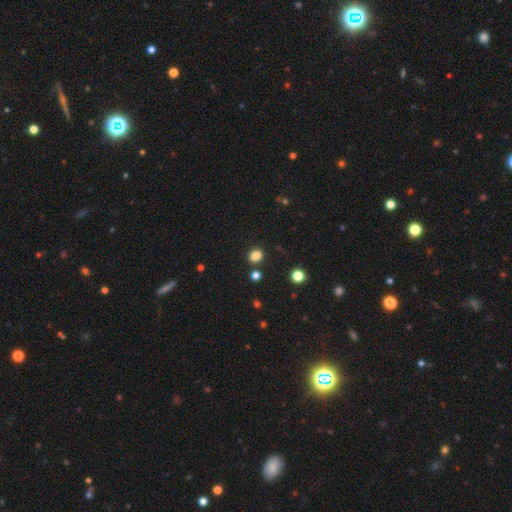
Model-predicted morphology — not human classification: smooth_or_featured: smooth (p=0.83) [alt: star or artifact p=0.13]
how_rounded: round (p=0.57) [alt: in between p=0.42]
merging: none (p=0.85) [alt: minor disturbance p=0.08]